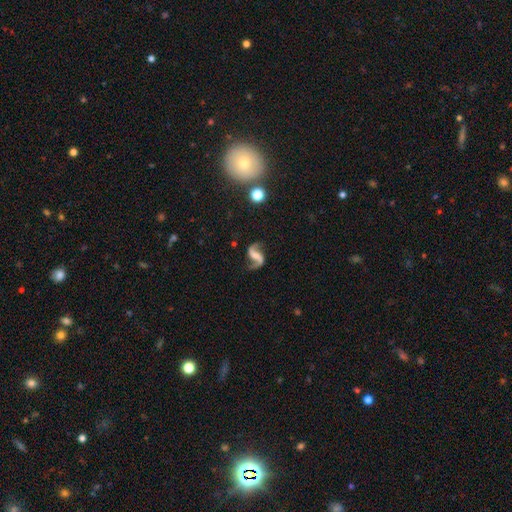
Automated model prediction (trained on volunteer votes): Smooth or featured?
  - featured or disk: 90% *
  - star or artifact: 6%
  - smooth: 5%
Edge-on disk?
  - no: 98% *
  - yes: 2%
Bar?
  - weak: 39% *
  - strong: 34%
  - no: 28%
Spiral arms?
  - yes: 97% *
  - no: 3%
Spiral winding?
  - loose: 76% *
  - medium: 20%
  - tight: 4%
Spiral arm count?
  - 2: 94% *
  - 1: 2%
  - can't tell: 1%
  - 3: 1%
  - 4: 1%
  - more than 4: 1%
Bulge size?
  - none: 41% *
  - small: 31%
  - moderate: 21%
  - large: 5%
  - dominant: 2%
Merging?
  - none: 78% *
  - minor disturbance: 13%
  - major disturbance: 7%
  - merger: 2%